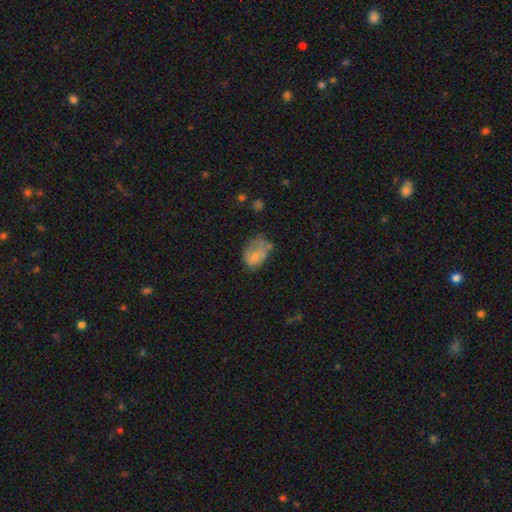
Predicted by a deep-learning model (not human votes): A smooth galaxy with no disk features (60%) that is in between round and cigar-shaped (70%).

Vote fractions:
- Smooth or featured? smooth: 60% / featured or disk: 31% / star or artifact: 9%
- How rounded? in between: 70% / round: 29% / cigar-shaped: 1%
- Merging? minor disturbance: 33% / none: 30% / major disturbance: 29% / merger: 8%